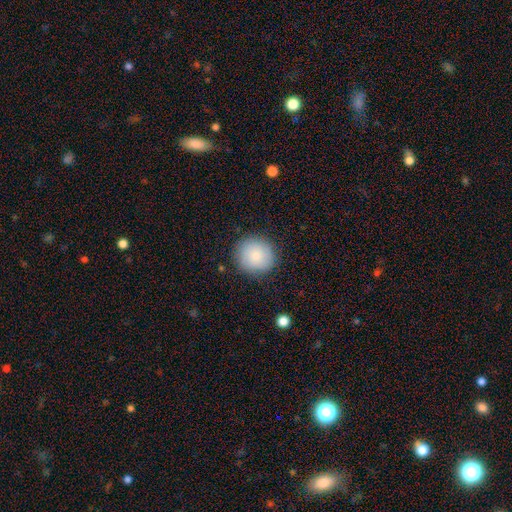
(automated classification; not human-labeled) Morphology: type=smooth (82%); roundness=round (91%); merging=none (86%).